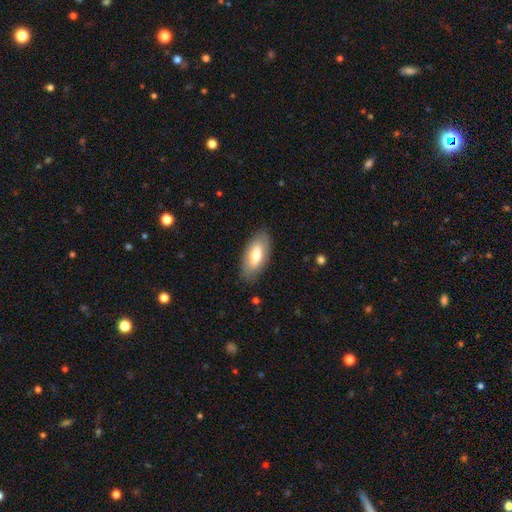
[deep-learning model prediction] smooth 68%, featured or disk 25%, star or artifact 6%. Down the decision tree: how rounded — in between (86%); merging — none (85%).